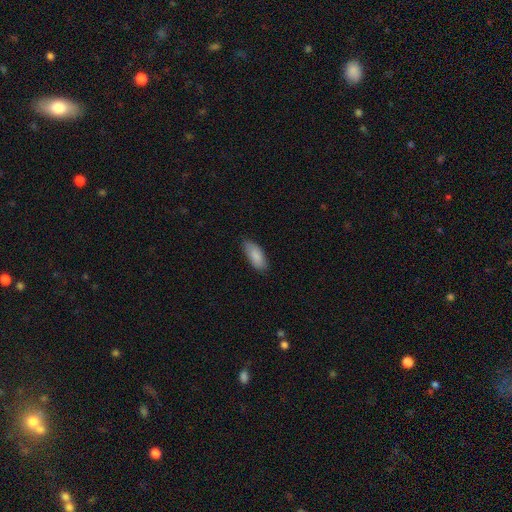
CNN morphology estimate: Smooth or featured? Predicted: smooth (p=0.86). How rounded? Predicted: in between (p=0.84). Merging? Predicted: none (p=0.79).